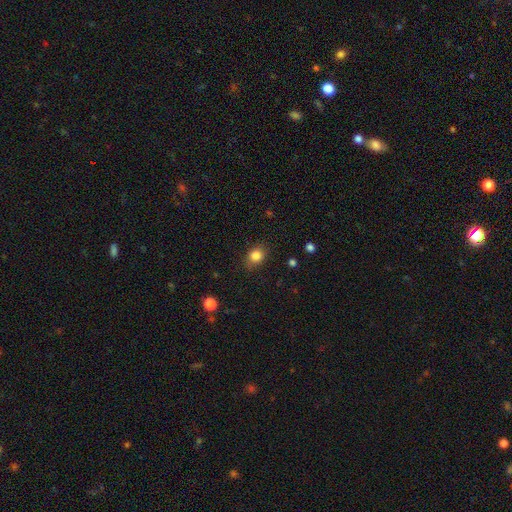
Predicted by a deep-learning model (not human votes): Smooth or featured? smooth (83%)
How rounded? round (61%)
Merging? none (78%)